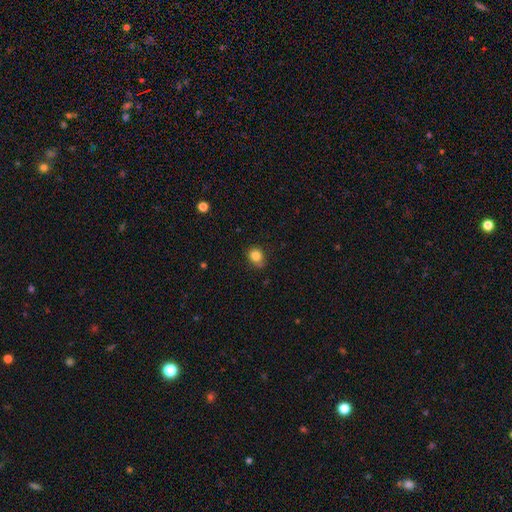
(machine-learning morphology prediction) The model was most divided on "how rounded": round: 63%, in between: 36%, cigar-shaped: 1%. More confident: smooth or featured — smooth (84%); merging — none (69%).